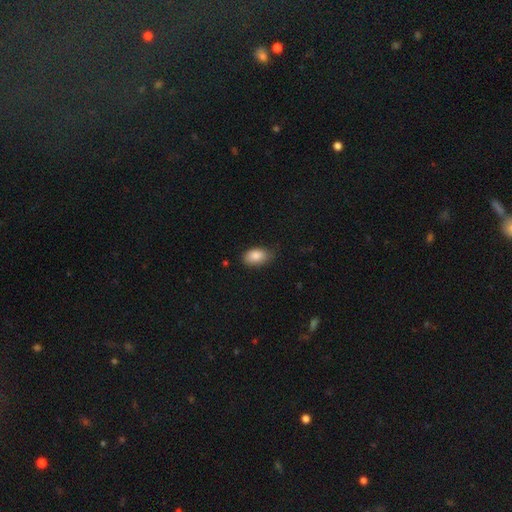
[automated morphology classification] type=smooth (86%); roundness=in between (90%); merging=none (69%).